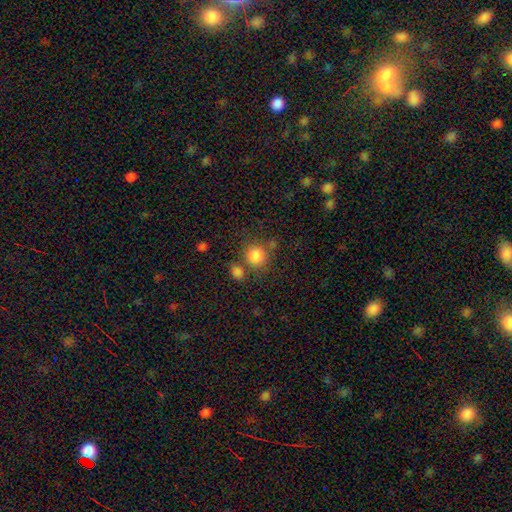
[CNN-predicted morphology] smooth-or-featured: smooth: 84% | star or artifact: 10% | featured or disk: 6%
  how-rounded: round: 88% | in between: 11% | cigar-shaped: 1%
  merging: none: 66% | merger: 18% | minor disturbance: 11% | major disturbance: 5%